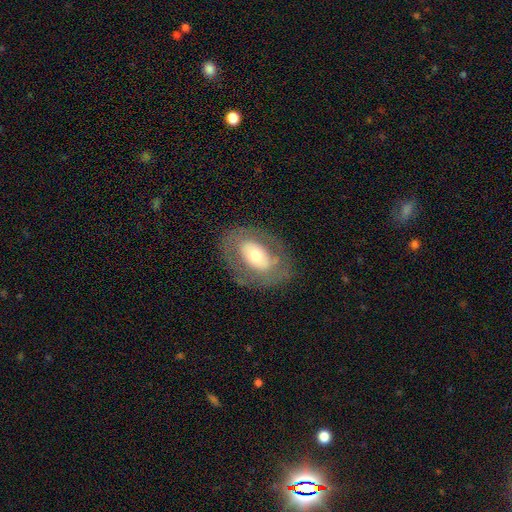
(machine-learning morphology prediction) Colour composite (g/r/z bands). It shows a featured or disk galaxy (50%). Merging: none (76%).